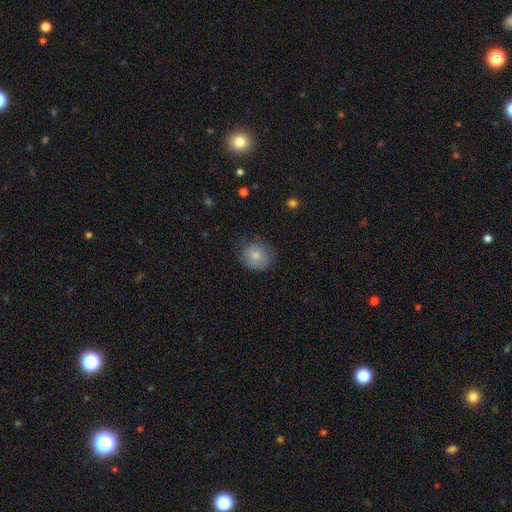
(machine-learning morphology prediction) This is clearly a smooth galaxy (81%). How rounded: clearly round (84%). Merging: likely none (75%).